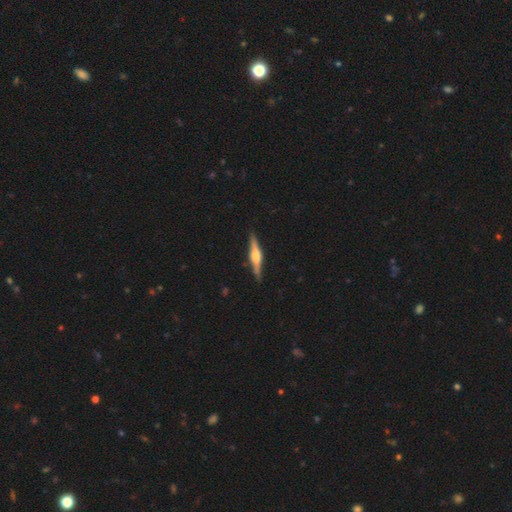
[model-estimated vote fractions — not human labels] smooth_or_featured: featured or disk (p=0.77) [alt: smooth p=0.17]
disk_edge_on: yes (p=0.98) [alt: no p=0.02]
edge_on_bulge: rounded (p=0.83) [alt: boxy p=0.14]
merging: none (p=0.90) [alt: minor disturbance p=0.07]